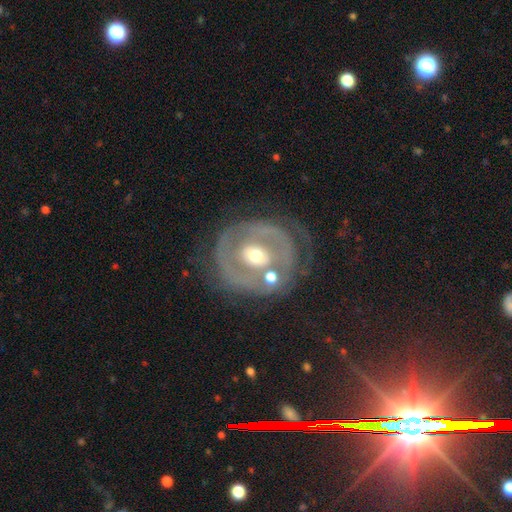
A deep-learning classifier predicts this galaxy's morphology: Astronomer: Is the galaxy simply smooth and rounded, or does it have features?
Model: featured or disk — 75%.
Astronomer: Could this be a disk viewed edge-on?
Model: no — 96%.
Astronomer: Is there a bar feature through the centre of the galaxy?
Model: no — 63%.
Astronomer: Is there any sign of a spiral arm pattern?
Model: yes — 58% (runner-up: no, 42%).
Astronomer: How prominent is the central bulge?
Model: moderate — 69%.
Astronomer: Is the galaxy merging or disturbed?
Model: none — 57%.